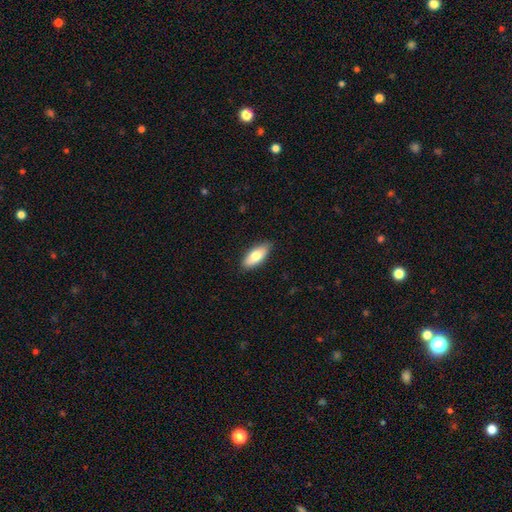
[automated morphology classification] A smooth galaxy with no disk features (75%) that is in between round and cigar-shaped (80%).

Vote fractions:
- Smooth or featured? smooth: 75% / featured or disk: 19% / star or artifact: 6%
- How rounded? in between: 80% / cigar-shaped: 17% / round: 2%
- Merging? none: 86% / minor disturbance: 11% / major disturbance: 2% / merger: 1%